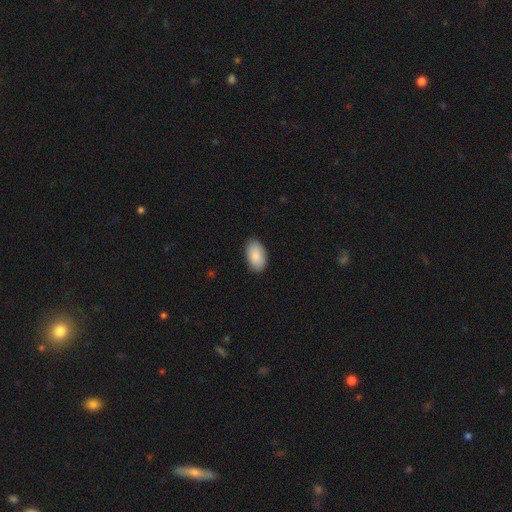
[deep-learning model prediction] Smooth or featured: smooth — 88% (featured or disk — 6%)
How rounded: in between — 95% (round — 4%)
Merging: none — 87% (minor disturbance — 10%)